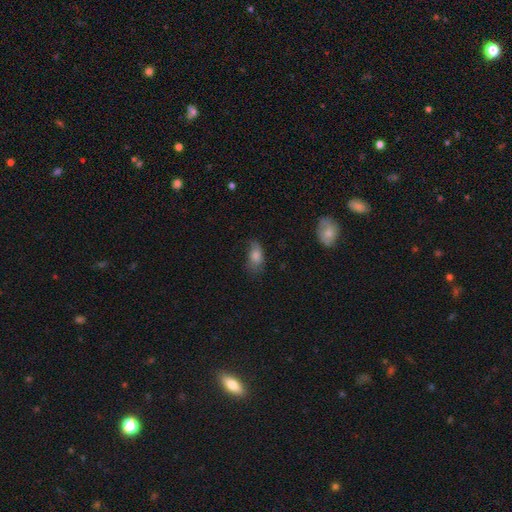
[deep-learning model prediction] Smooth or featured? Predicted: smooth (p=0.74). How rounded? Predicted: in between (p=0.88). Merging? Predicted: none (p=0.55).